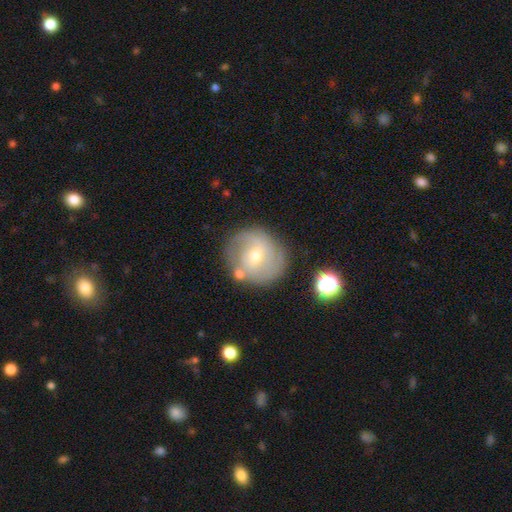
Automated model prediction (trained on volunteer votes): featured or disk 59%, smooth 32%, star or artifact 9%. Down the decision tree: edge-on disk — no (97%); bar — no (53%); spiral arms — yes (79%); bulge size — moderate (51%); merging — none (73%).